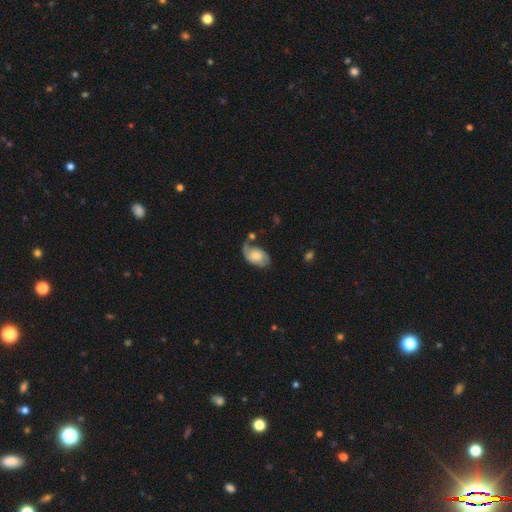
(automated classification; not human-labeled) Smooth or featured: featured or disk — 60% (smooth — 34%)
Edge-on disk: no — 96% (yes — 4%)
Bar: no — 72% (weak — 24%)
Spiral arms: yes — 85% (no — 15%)
Bulge size: moderate — 50% (small — 37%)
Merging: none — 43% (minor disturbance — 26%)